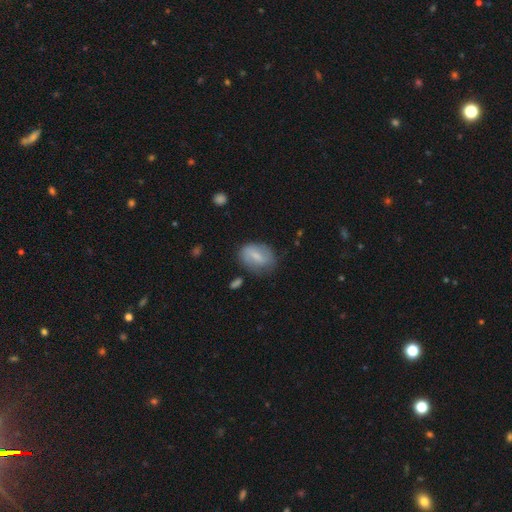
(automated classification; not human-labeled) This is likely a smooth galaxy (62%). How rounded: likely in between (79%). Merging: likely none (67%).